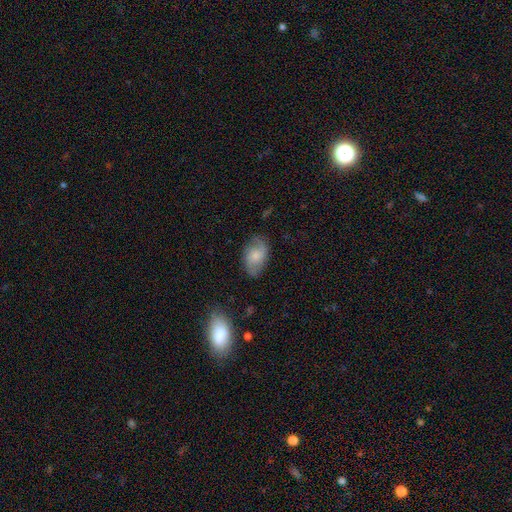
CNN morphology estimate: A featured or disk galaxy (53%) with no bar (68%), spiral arms (89%) and a small central bulge (44%).

Vote fractions:
- Smooth or featured? featured or disk: 53% / smooth: 39% / star or artifact: 8%
- Edge-on disk? no: 96% / yes: 4%
- Bar? no: 68% / weak: 28% / strong: 4%
- Spiral arms? yes: 89% / no: 11%
- Bulge size? small: 44% / moderate: 35% / none: 12% / large: 7% / dominant: 2%
- Merging? none: 69% / minor disturbance: 22% / major disturbance: 8% / merger: 1%